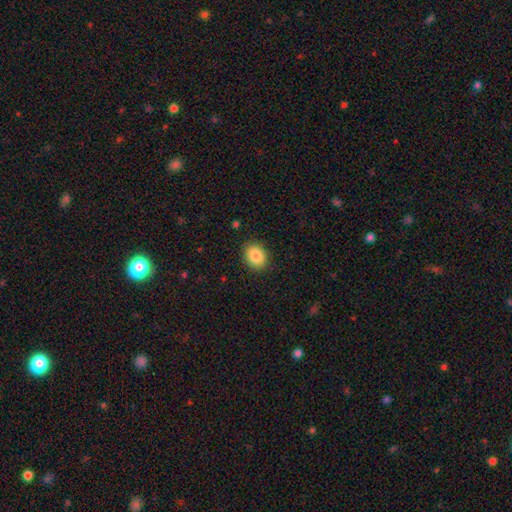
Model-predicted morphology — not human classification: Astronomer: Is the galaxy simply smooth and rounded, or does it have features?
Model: smooth — 86%.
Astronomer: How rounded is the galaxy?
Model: in between — 50% (runner-up: round, 49%).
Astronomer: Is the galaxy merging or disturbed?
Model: none — 89%.